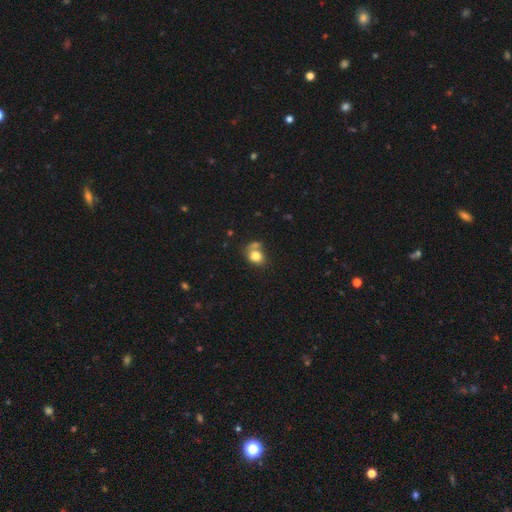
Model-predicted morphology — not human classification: Overall: smooth (78%). How rounded: round (55%; in between 44%). Merging: none (45%; merger 30%).